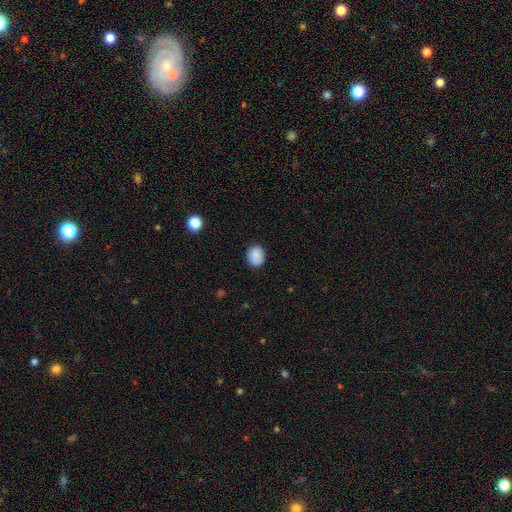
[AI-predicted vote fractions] Smooth or featured: smooth — 88% (star or artifact — 8%)
How rounded: round — 64% (in between — 35%)
Merging: none — 86% (minor disturbance — 11%)